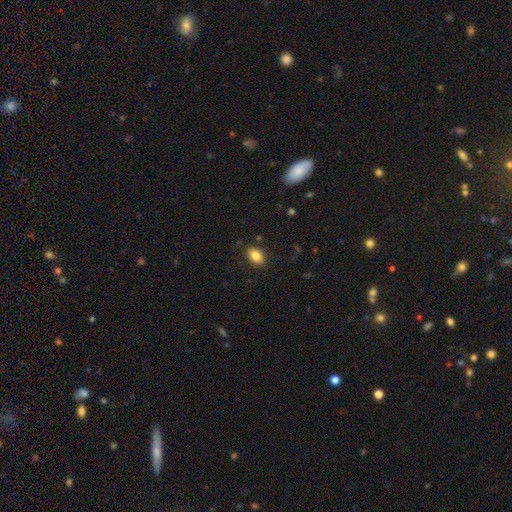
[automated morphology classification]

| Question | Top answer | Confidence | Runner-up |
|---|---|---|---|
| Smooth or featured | smooth | 86% | star or artifact (9%) |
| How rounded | in between | 84% | round (15%) |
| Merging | none | 86% | minor disturbance (10%) |